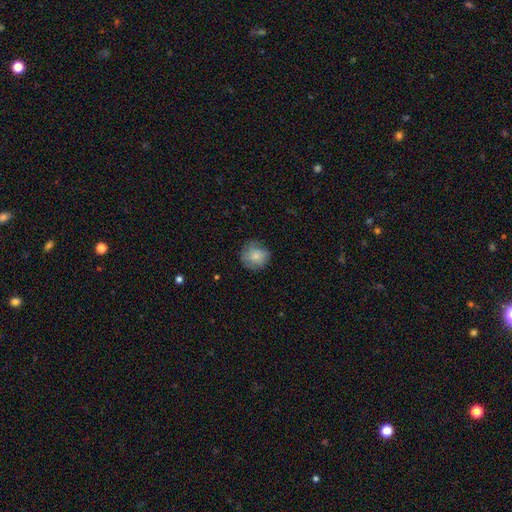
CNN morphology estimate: This appears to be a smooth galaxy with no disk features (77%) that is round (90%). Merging: none (73%).